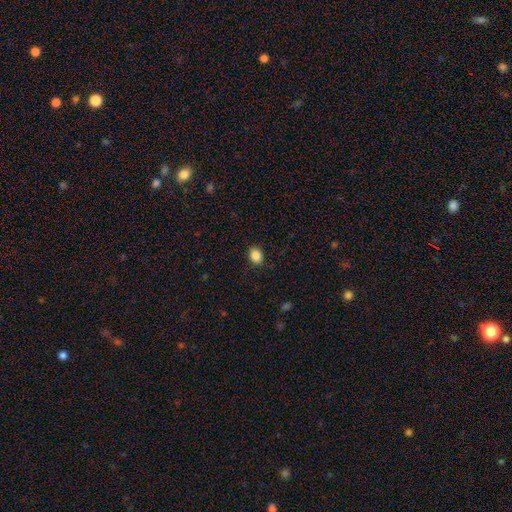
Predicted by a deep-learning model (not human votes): A smooth galaxy with no disk features (87%) that is in between round and cigar-shaped (52%).

Vote fractions:
- Smooth or featured? smooth: 87% / star or artifact: 9% / featured or disk: 4%
- How rounded? in between: 52% / round: 47% / cigar-shaped: 1%
- Merging? none: 89% / minor disturbance: 8% / major disturbance: 2% / merger: 1%